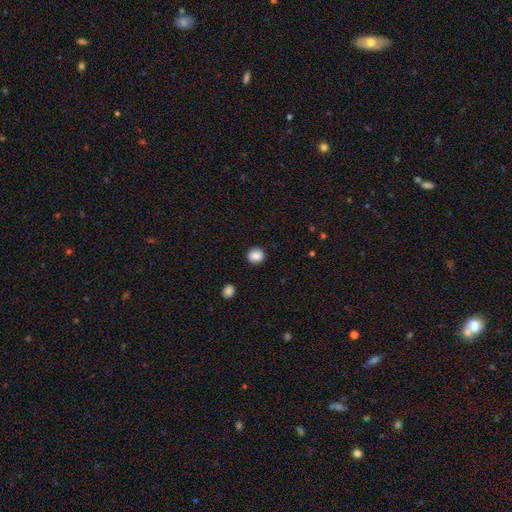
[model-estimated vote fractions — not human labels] Q: Smooth or featured?
A: smooth (85%); runner-up: star or artifact (9%)
Q: How rounded?
A: round (75%); runner-up: in between (24%)
Q: Merging?
A: none (87%); runner-up: minor disturbance (9%)